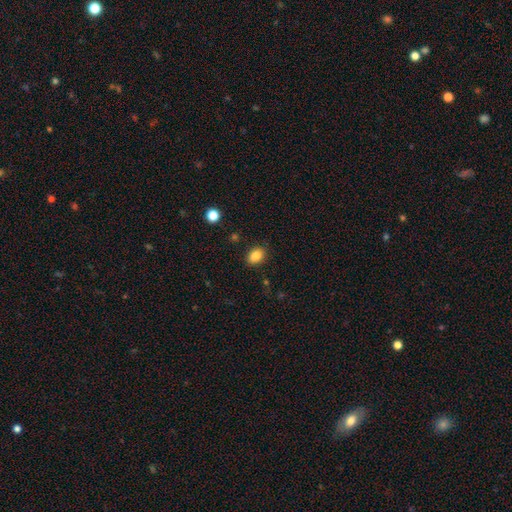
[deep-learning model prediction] A smooth galaxy with no disk features (86%) that is in between round and cigar-shaped (74%).

Vote fractions:
- Smooth or featured? smooth: 86% / star or artifact: 9% / featured or disk: 5%
- How rounded? in between: 74% / round: 25% / cigar-shaped: 1%
- Merging? none: 87% / minor disturbance: 9% / major disturbance: 2% / merger: 1%